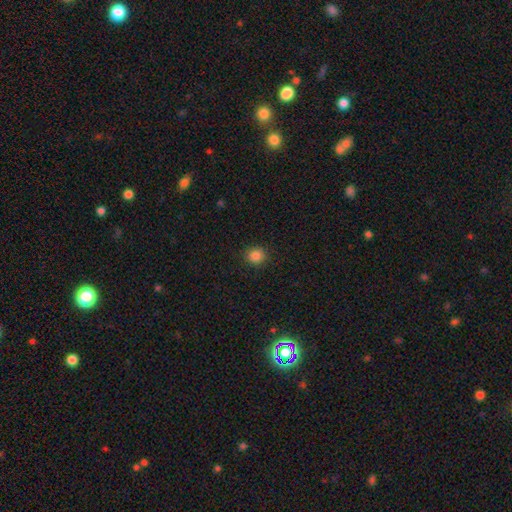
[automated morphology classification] Smooth or featured? smooth (85%)
How rounded? round (88%)
Merging? none (90%)